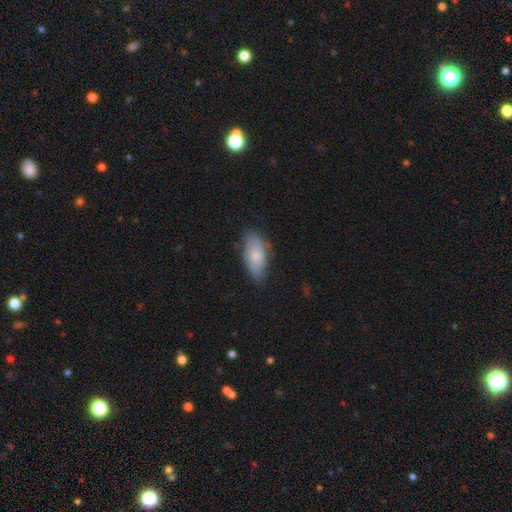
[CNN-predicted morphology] smooth-or-featured: smooth: 68% | featured or disk: 26% | star or artifact: 6%
  how-rounded: in between: 89% | cigar-shaped: 8% | round: 3%
  merging: none: 67% | minor disturbance: 26% | major disturbance: 6% | merger: 2%